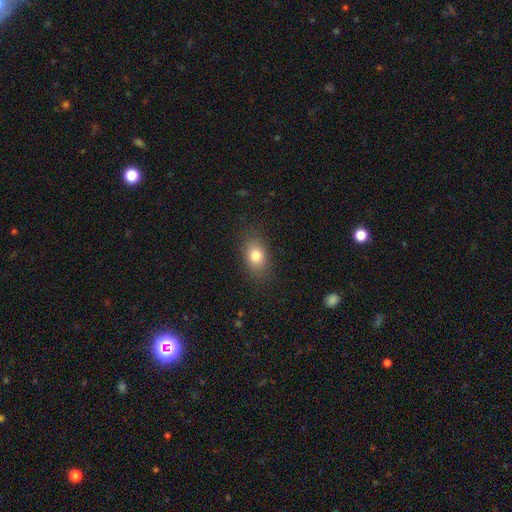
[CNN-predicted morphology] Q: Smooth or featured?
A: smooth (80%); runner-up: star or artifact (10%)
Q: How rounded?
A: in between (76%); runner-up: round (22%)
Q: Merging?
A: none (85%); runner-up: minor disturbance (11%)